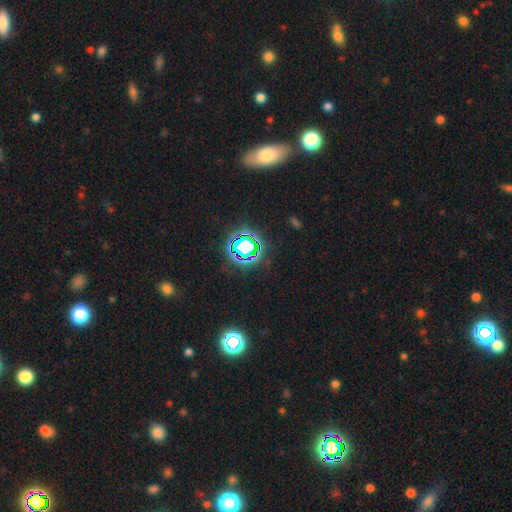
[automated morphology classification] Smooth or featured? Predicted: star or artifact (p=0.57).